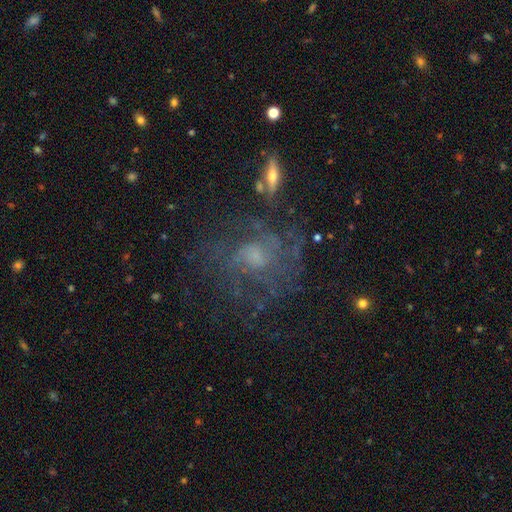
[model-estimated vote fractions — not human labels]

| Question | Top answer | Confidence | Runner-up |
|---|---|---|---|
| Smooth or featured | featured or disk | 71% | smooth (15%) |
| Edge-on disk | no | 96% | yes (4%) |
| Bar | no | 67% | weak (28%) |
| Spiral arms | yes | 81% | no (19%) |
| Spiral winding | tight | 42% | medium (39%) |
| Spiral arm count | can't tell | 49% | 2 (16%) |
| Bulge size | small | 42% | moderate (35%) |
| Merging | none | 64% | minor disturbance (17%) |